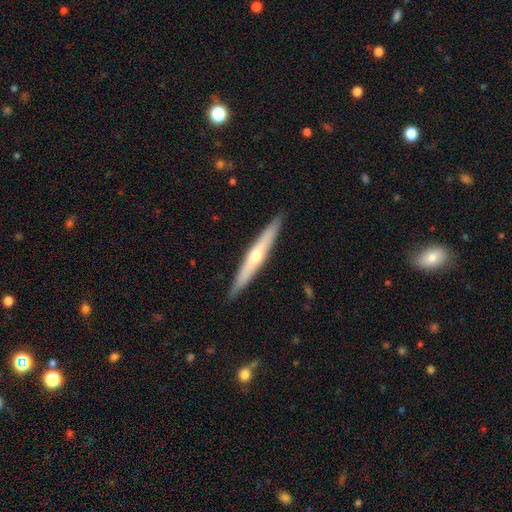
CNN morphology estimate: A featured or disk galaxy (64%) viewed edge-on (95%) with a rounded central bulge (81%).

Vote fractions:
- Smooth or featured? featured or disk: 64% / smooth: 30% / star or artifact: 6%
- Edge-on disk? yes: 95% / no: 5%
- Edge-on bulge? rounded: 81% / none: 17% / boxy: 3%
- Merging? none: 91% / minor disturbance: 7% / major disturbance: 1% / merger: 1%